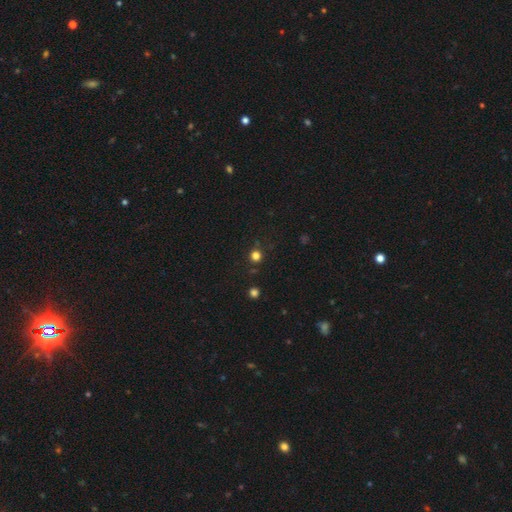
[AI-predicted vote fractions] Smooth or featured? smooth (76%)
How rounded? round (93%)
Merging? none (86%)